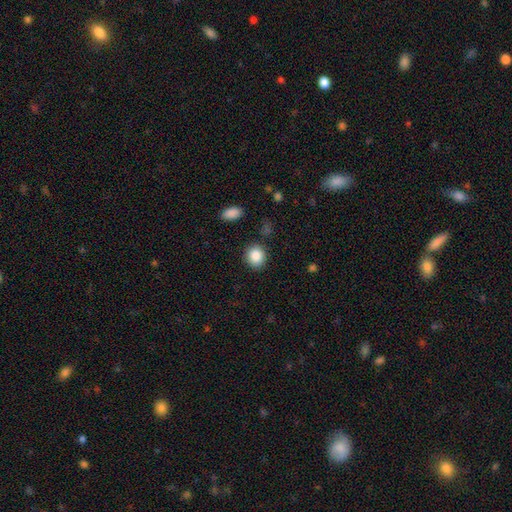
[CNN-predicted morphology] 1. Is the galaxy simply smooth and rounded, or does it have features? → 87% smooth, 8% star or artifact, 5% featured or disk.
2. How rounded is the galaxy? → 75% round, 24% in between, 1% cigar-shaped.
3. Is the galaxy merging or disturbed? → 87% none, 8% minor disturbance, 3% major disturbance, 2% merger.